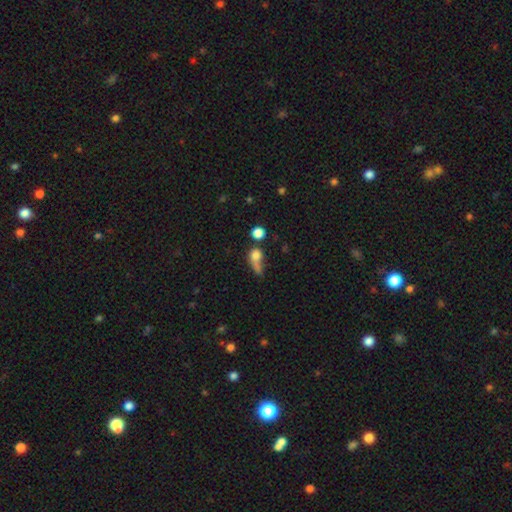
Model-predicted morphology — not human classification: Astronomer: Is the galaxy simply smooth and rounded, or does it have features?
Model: smooth — 70%.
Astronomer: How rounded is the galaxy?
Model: round — 58%.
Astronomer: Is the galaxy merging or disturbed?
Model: merger — 31% (runner-up: none, 29%).